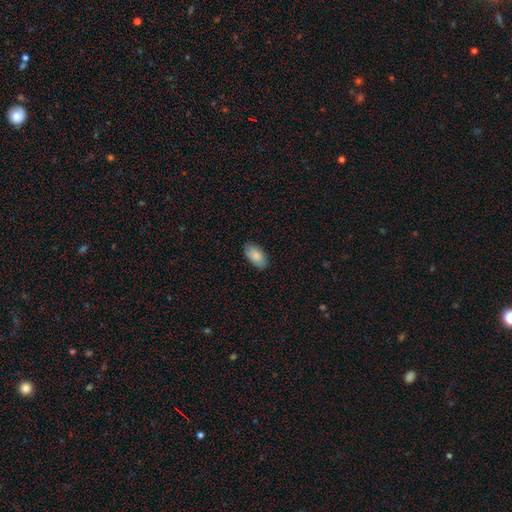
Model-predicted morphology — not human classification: The model was most divided on "merging": none: 85%, minor disturbance: 12%, major disturbance: 2%, merger: 1%. More confident: how rounded — in between (95%); smooth or featured — smooth (84%).